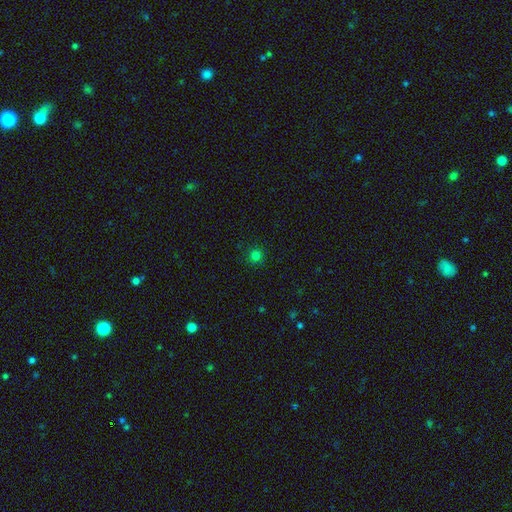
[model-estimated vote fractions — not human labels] Smooth or featured? Predicted: smooth (p=0.78). How rounded? Predicted: round (p=0.95). Merging? Predicted: none (p=0.91).